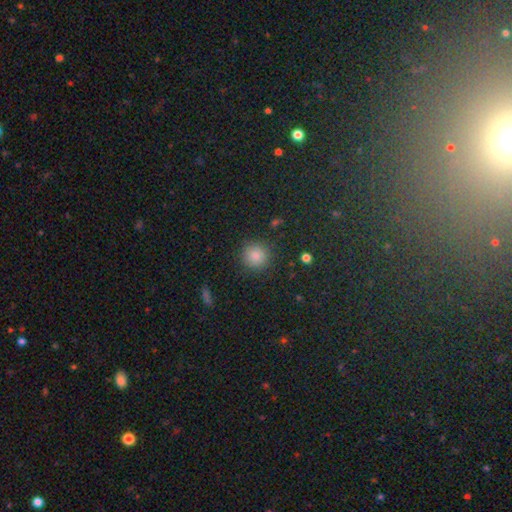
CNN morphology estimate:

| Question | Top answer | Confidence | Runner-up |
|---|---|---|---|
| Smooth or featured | smooth | 83% | star or artifact (12%) |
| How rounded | round | 93% | in between (6%) |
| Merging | none | 88% | minor disturbance (7%) |